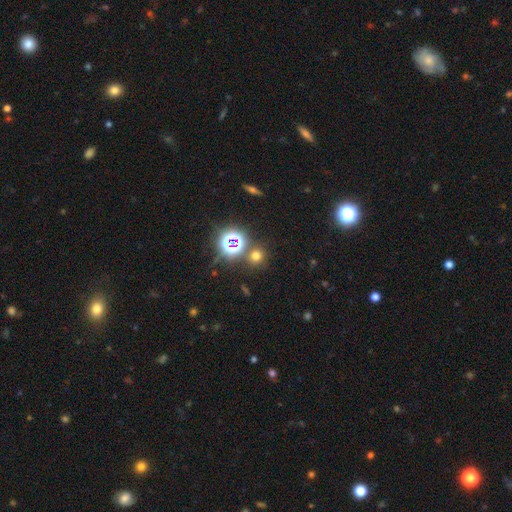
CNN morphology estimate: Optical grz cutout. It shows a smooth galaxy with no disk features (59%) that is round (87%). Merging: none (82%).